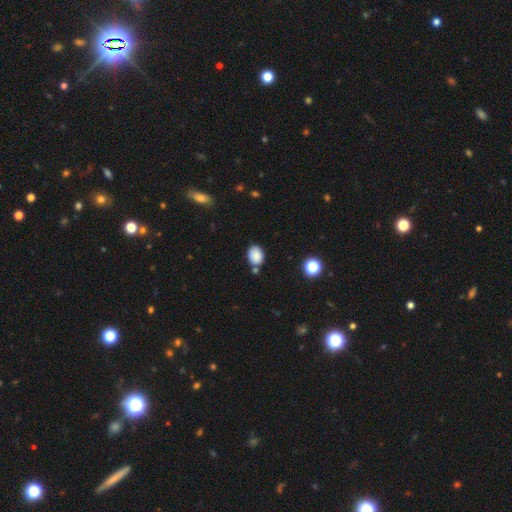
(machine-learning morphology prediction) Smooth or featured? smooth (86%)
How rounded? in between (60%)
Merging? none (72%)